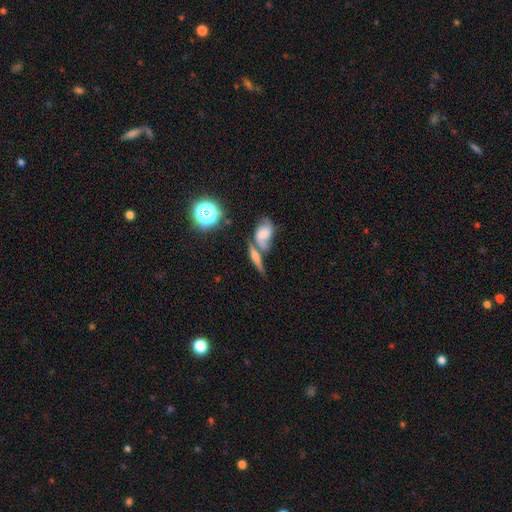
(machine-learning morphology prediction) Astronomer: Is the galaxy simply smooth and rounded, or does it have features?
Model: featured or disk — 47% (runner-up: smooth, 36%).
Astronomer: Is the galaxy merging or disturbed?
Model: merger — 42% (runner-up: none, 41%).